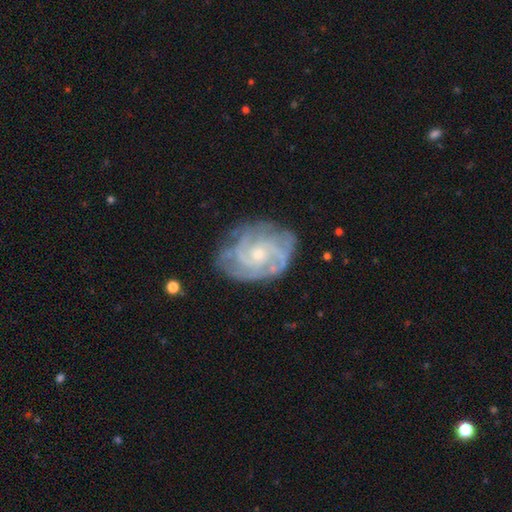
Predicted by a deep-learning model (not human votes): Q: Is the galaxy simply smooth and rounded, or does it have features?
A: featured or disk — 79%.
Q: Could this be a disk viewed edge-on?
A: no — 97%.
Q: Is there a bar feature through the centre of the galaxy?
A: no — 68%.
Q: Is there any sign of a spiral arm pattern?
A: yes — 94%.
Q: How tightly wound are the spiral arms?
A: tight — 69%.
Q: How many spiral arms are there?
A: can't tell — 34%.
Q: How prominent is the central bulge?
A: small — 60%.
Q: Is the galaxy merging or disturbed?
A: none — 76%.